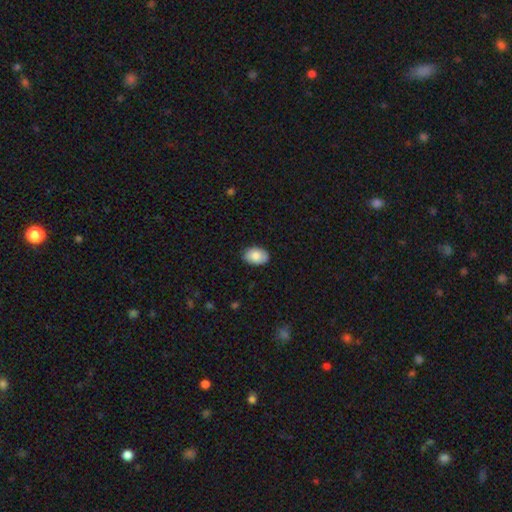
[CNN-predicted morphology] This appears to be a smooth galaxy with no disk features (83%) that is in between round and cigar-shaped (87%). Merging: none (87%).